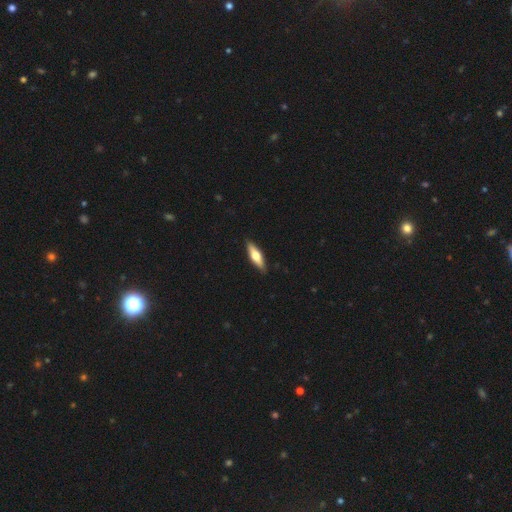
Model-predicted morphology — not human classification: A smooth galaxy with no disk features (53%) that is cigar-shaped (56%). Merging: none (90%).